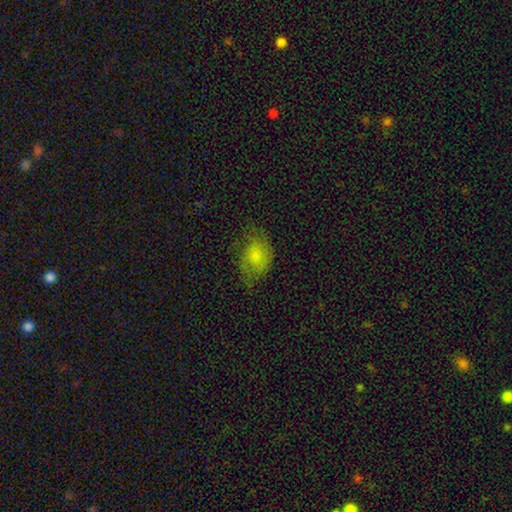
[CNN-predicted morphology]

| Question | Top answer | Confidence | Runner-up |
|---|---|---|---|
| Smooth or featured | smooth | 61% | featured or disk (28%) |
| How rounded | in between | 76% | round (23%) |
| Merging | none | 60% | minor disturbance (26%) |